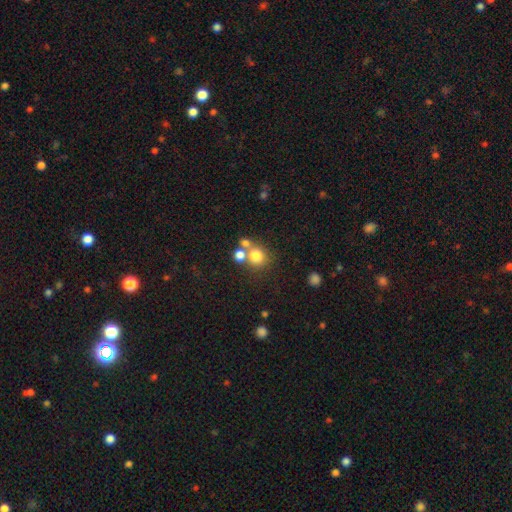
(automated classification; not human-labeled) Morphology: type=smooth (76%); roundness=round (85%); merging=none (52%).